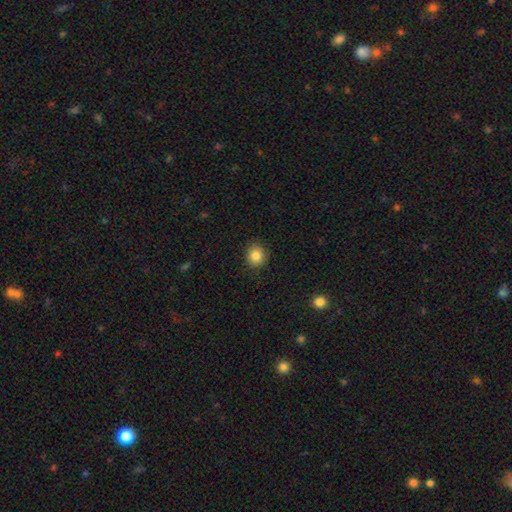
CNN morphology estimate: A smooth galaxy with no disk features (86%) that is round (85%). Merging: none (89%).